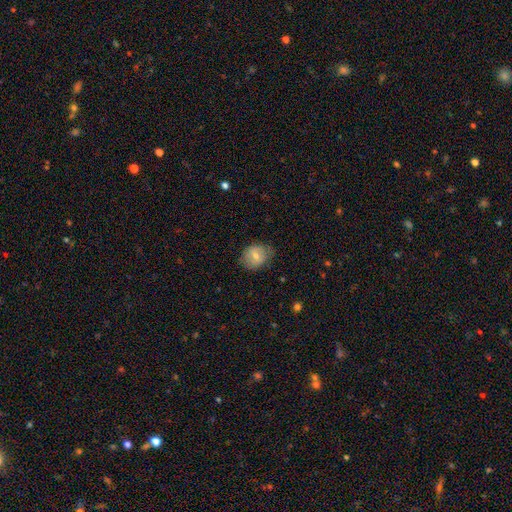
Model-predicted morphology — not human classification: A smooth galaxy with no disk features (70%) that is round (55%).

Vote fractions:
- Smooth or featured? smooth: 70% / featured or disk: 22% / star or artifact: 8%
- How rounded? round: 55% / in between: 44% / cigar-shaped: 1%
- Merging? none: 74% / minor disturbance: 20% / major disturbance: 6% / merger: 1%